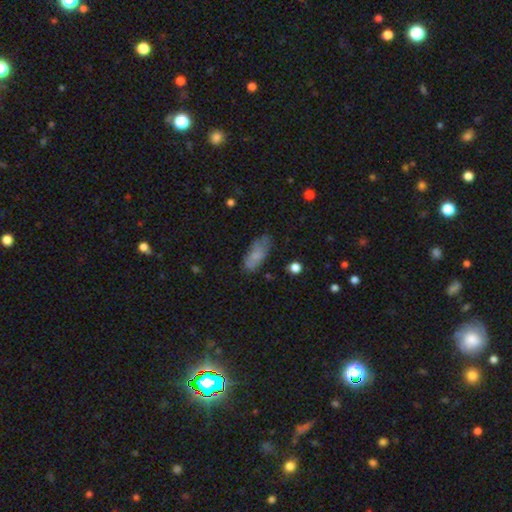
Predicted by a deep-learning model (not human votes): Smooth or featured? Predicted: smooth (p=0.71). How rounded? Predicted: in between (p=0.84). Merging? Predicted: none (p=0.64).